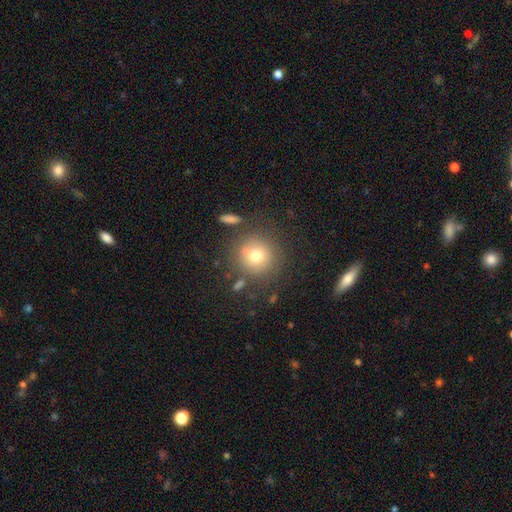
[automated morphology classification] This is likely a smooth galaxy (74%). How rounded: clearly round (92%). Merging: likely none (77%).